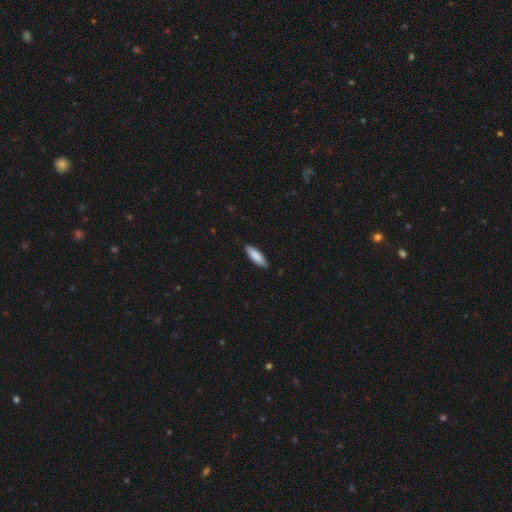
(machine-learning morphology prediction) Smooth or featured? smooth (86%)
How rounded? cigar-shaped (51%)
Merging? none (85%)